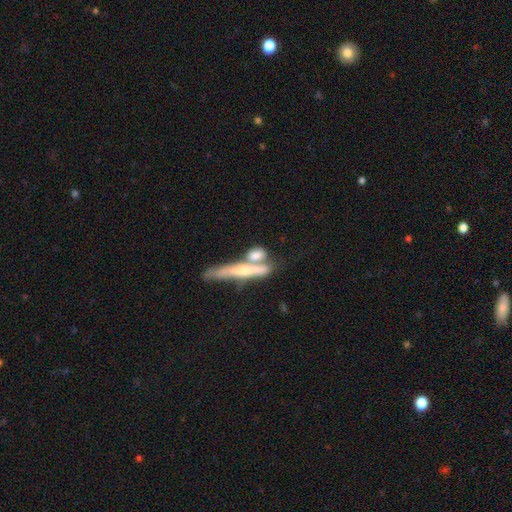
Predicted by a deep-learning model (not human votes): Smooth or featured? Predicted: smooth (p=0.53). How rounded? Predicted: cigar-shaped (p=0.57). Merging? Predicted: merger (p=0.43).